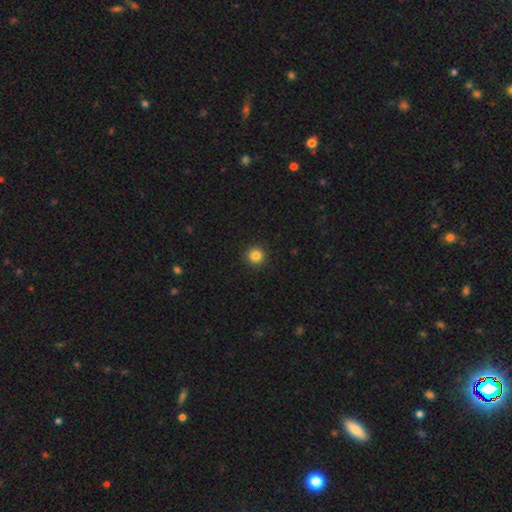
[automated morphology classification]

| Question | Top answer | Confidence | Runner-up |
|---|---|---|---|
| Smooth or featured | smooth | 84% | star or artifact (12%) |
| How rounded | round | 96% | in between (3%) |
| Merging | none | 93% | minor disturbance (4%) |